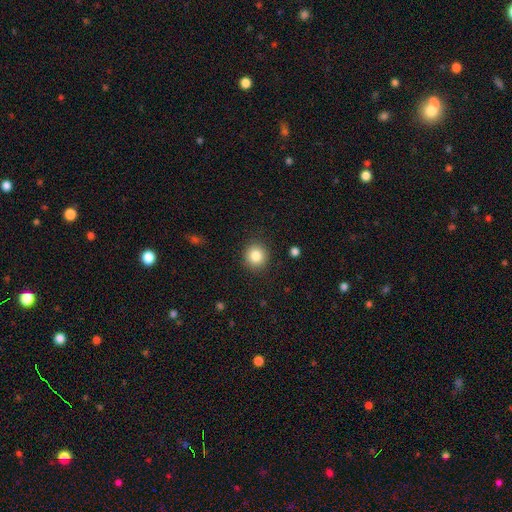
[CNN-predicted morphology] Q: Smooth or featured?
A: smooth (84%); runner-up: star or artifact (10%)
Q: How rounded?
A: round (91%); runner-up: in between (8%)
Q: Merging?
A: none (89%); runner-up: minor disturbance (7%)